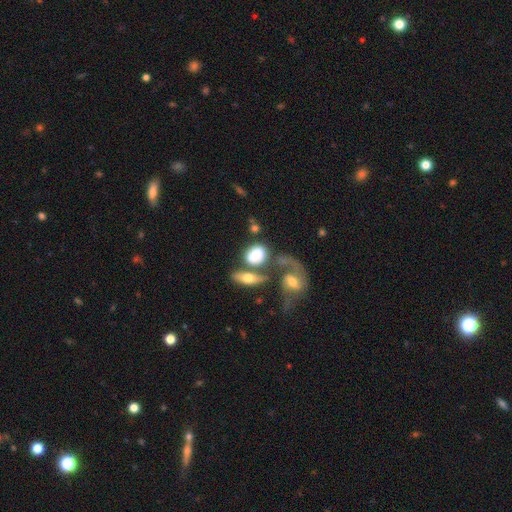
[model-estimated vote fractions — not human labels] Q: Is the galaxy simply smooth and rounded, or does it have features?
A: smooth — 67%.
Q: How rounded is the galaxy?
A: in between — 61%.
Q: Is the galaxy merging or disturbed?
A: merger — 46%.